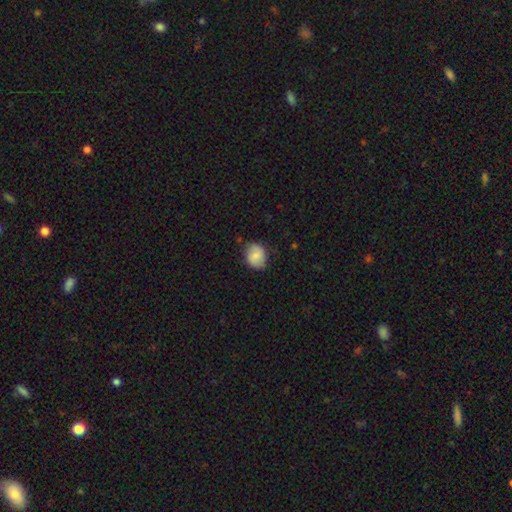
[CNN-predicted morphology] smooth-or-featured: smooth: 68% | featured or disk: 24% | star or artifact: 8%
  how-rounded: round: 58% | in between: 41% | cigar-shaped: 1%
  merging: none: 75% | minor disturbance: 20% | major disturbance: 4% | merger: 1%